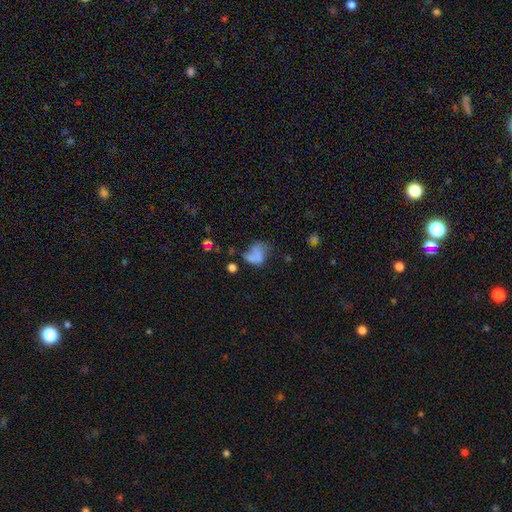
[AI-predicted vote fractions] Smooth or featured? Predicted: smooth (p=0.59). How rounded? Predicted: in between (p=0.70). Merging? Predicted: none (p=0.29, tied with major disturbance).